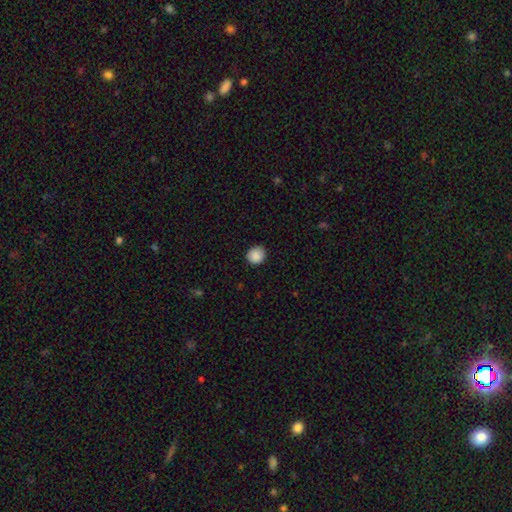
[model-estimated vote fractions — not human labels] This appears to be a smooth galaxy with no disk features (89%) that is round (86%). Merging: none (88%).